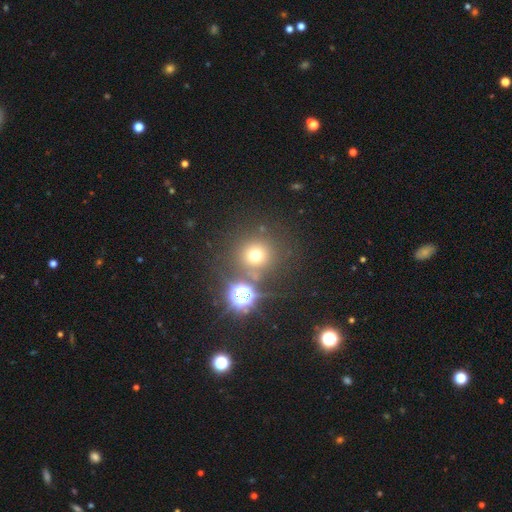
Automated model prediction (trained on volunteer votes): Overall: smooth (63%; star or artifact 29%). How rounded: round (93%). Merging: none (76%).